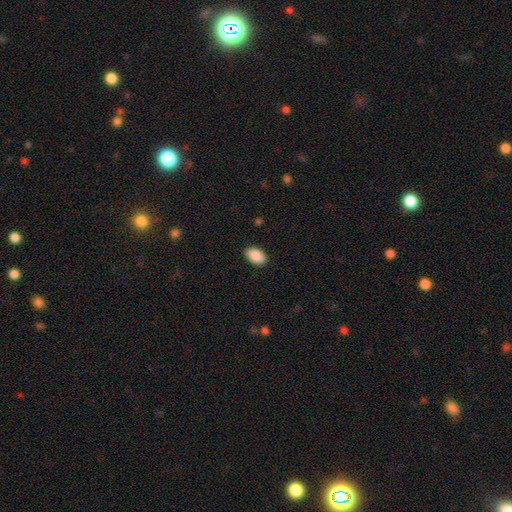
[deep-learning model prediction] Morphology: type=smooth (90%); roundness=in between (93%); merging=none (88%).